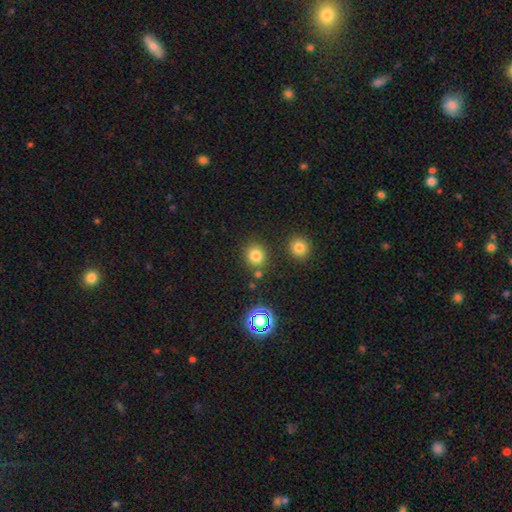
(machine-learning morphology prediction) This is likely a smooth galaxy (77%). How rounded: clearly round (88%). Merging: clearly none (82%).